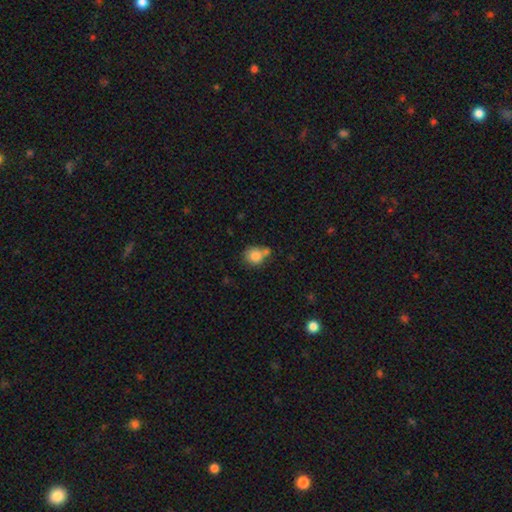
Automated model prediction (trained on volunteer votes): smooth 84%, star or artifact 9%, featured or disk 7%. Down the decision tree: how rounded — round (82%); merging — none (50%).